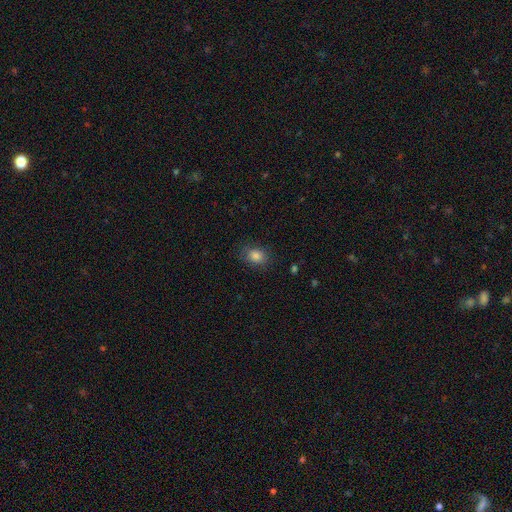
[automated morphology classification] Smooth or featured? smooth (84%)
How rounded? in between (57%)
Merging? none (80%)